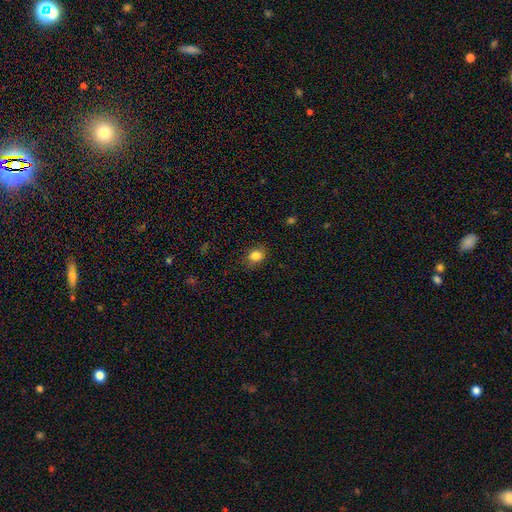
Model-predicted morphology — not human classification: The model was most divided on "how rounded": round: 55%, in between: 44%, cigar-shaped: 1%. More confident: smooth or featured — smooth (84%); merging — none (81%).